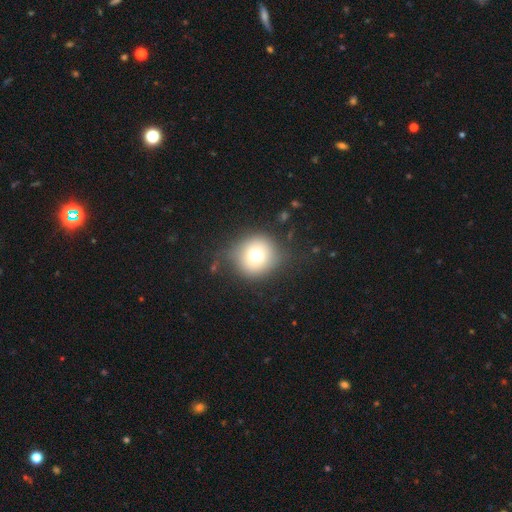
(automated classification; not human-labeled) This is likely a smooth galaxy (69%). How rounded: clearly round (90%). Merging: likely none (73%).